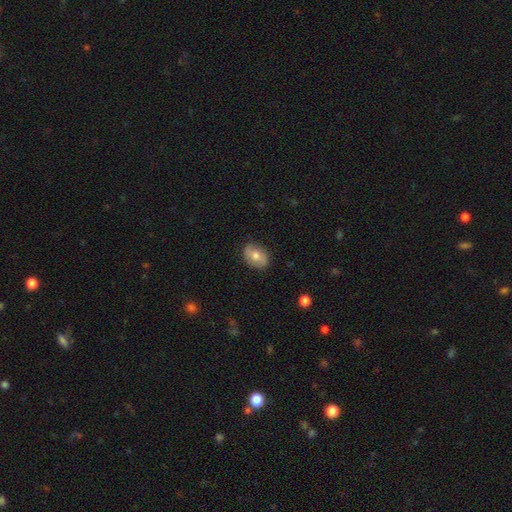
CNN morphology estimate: Smooth or featured? Predicted: smooth (p=0.65). How rounded? Predicted: in between (p=0.69). Merging? Predicted: none (p=0.83).